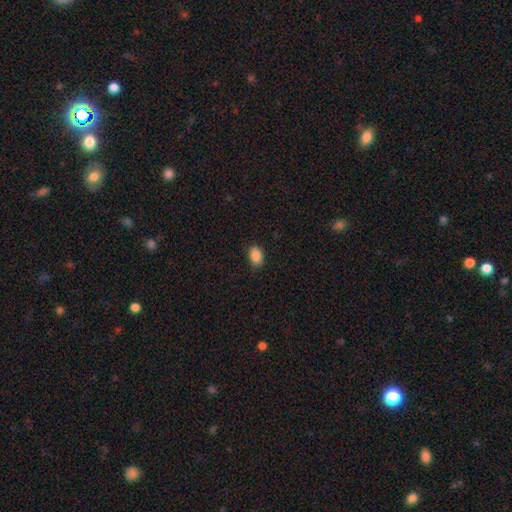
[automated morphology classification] This is clearly a smooth galaxy (88%). How rounded: clearly in between (86%). Merging: clearly none (86%).